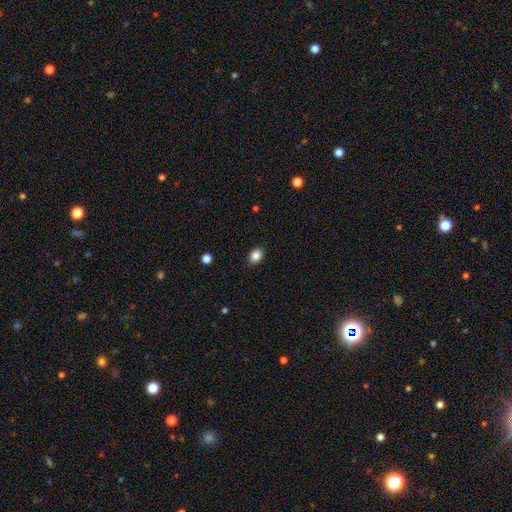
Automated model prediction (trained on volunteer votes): A smooth galaxy with no disk features (85%) that is in between round and cigar-shaped (61%).

Vote fractions:
- Smooth or featured? smooth: 85% / star or artifact: 10% / featured or disk: 5%
- How rounded? in between: 61% / round: 38% / cigar-shaped: 1%
- Merging? none: 88% / minor disturbance: 9% / major disturbance: 2% / merger: 1%